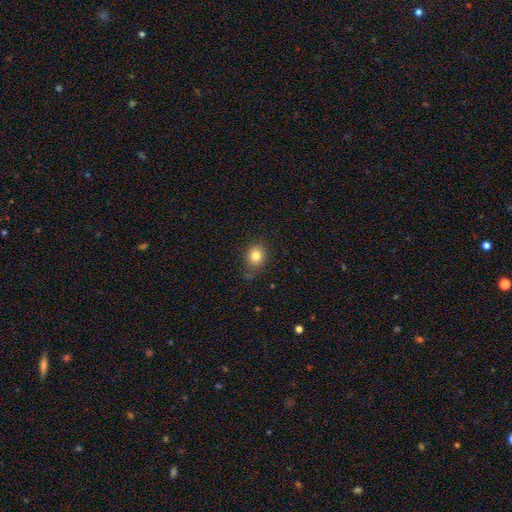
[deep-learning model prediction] Overall: smooth (82%). How rounded: round (68%; in between 31%). Merging: none (76%).